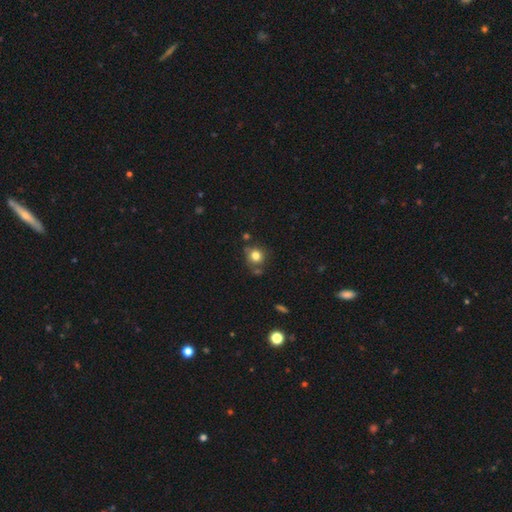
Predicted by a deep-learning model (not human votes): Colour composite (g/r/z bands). It shows a smooth galaxy with no disk features (80%) that is round (84%). Merging: none (69%).